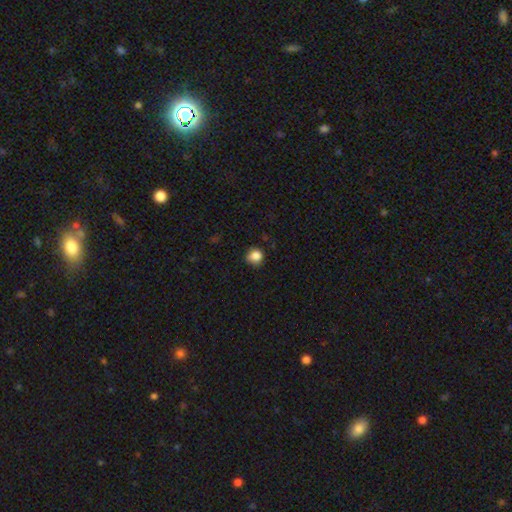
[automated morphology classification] This is clearly a smooth galaxy (85%). How rounded: likely round (78%). Merging: likely none (74%).